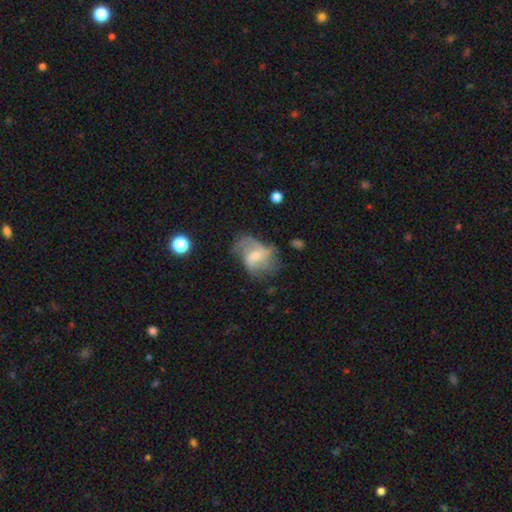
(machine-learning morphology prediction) Smooth or featured? featured or disk (67%)
Edge-on disk? no (97%)
Bar? weak (48%)
Spiral arms? yes (82%)
Spiral winding? loose (42%, tied with medium)
Spiral arm count? 2 (42%)
Bulge size? small (47%)
Merging? none (45%)